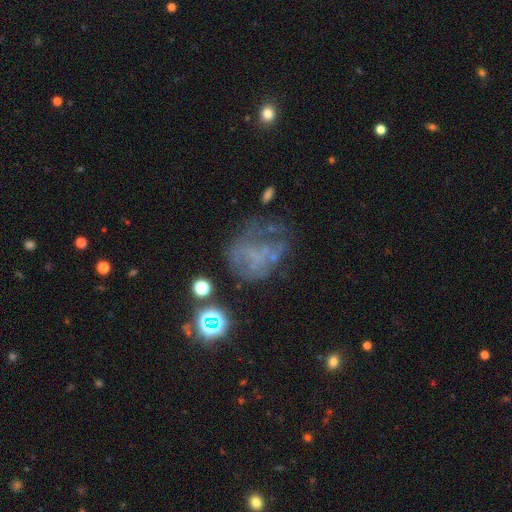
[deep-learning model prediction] smooth-or-featured: featured or disk: 45% | smooth: 29% | star or artifact: 26%
  merging: none: 43% | major disturbance: 30% | minor disturbance: 21% | merger: 6%